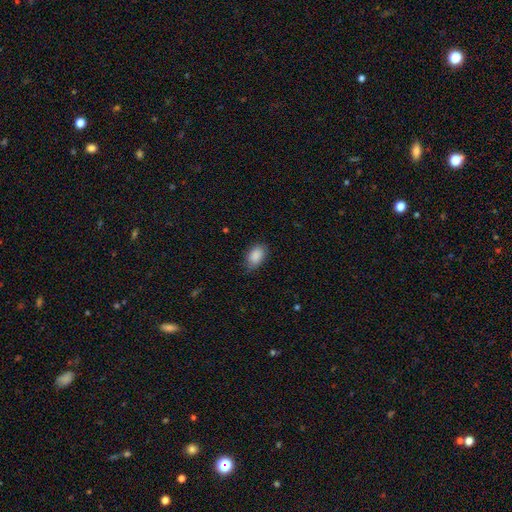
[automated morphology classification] smooth_or_featured: smooth (p=0.89) [alt: star or artifact p=0.07]
how_rounded: in between (p=0.88) [alt: round p=0.11]
merging: none (p=0.75) [alt: minor disturbance p=0.20]